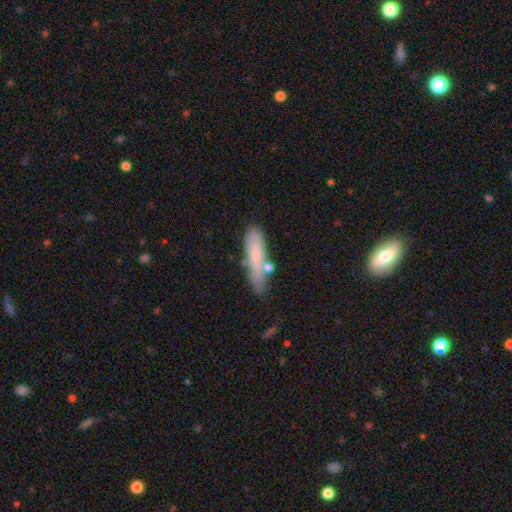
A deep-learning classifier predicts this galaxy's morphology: This is likely a smooth galaxy (69%). How rounded: likely cigar-shaped (70%). Merging: possibly none (58%).